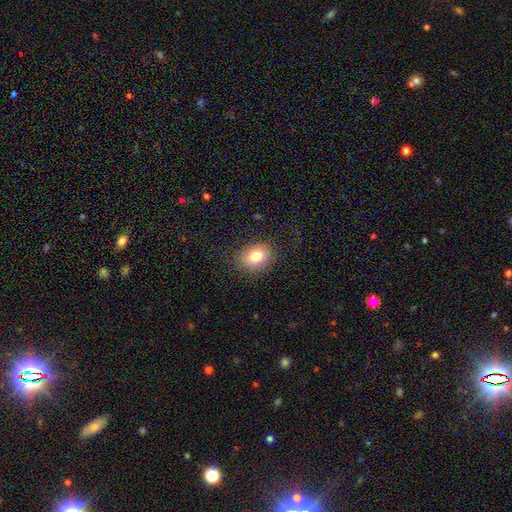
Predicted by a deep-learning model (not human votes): Smooth or featured?
  - smooth: 80% *
  - star or artifact: 10%
  - featured or disk: 10%
How rounded?
  - in between: 54% *
  - round: 45%
  - cigar-shaped: 1%
Merging?
  - none: 84% *
  - minor disturbance: 11%
  - major disturbance: 4%
  - merger: 1%